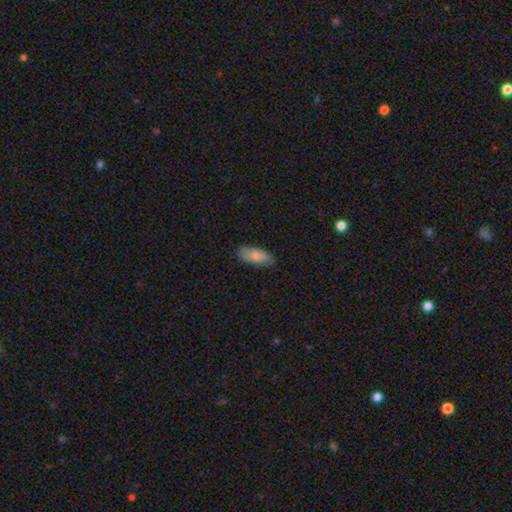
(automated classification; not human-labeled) smooth_or_featured: smooth (p=0.79) [alt: featured or disk p=0.15]
how_rounded: in between (p=0.82) [alt: cigar-shaped p=0.16]
merging: none (p=0.77) [alt: minor disturbance p=0.18]